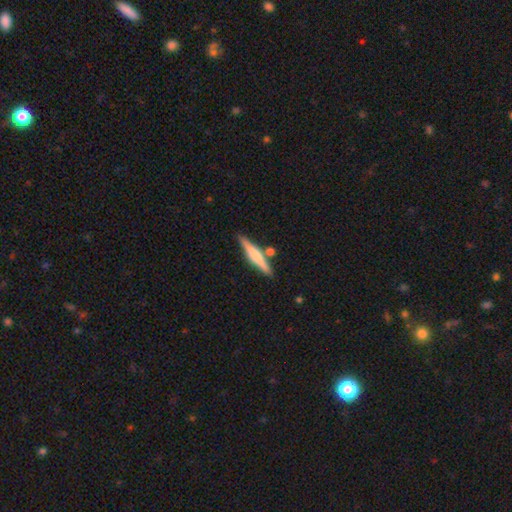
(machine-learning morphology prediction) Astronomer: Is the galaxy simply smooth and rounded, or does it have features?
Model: featured or disk — 49% (runner-up: smooth, 45%).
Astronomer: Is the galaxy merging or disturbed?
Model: none — 79%.